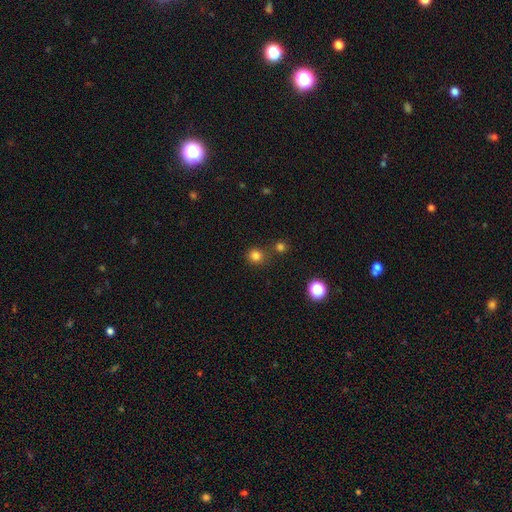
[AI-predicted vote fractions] Overall: smooth (79%). How rounded: round (91%). Merging: none (75%).